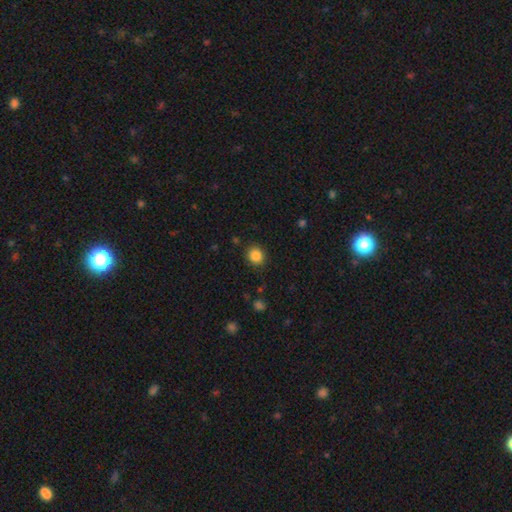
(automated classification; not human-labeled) The model was most divided on "how rounded": round: 86%, in between: 13%, cigar-shaped: 1%. More confident: merging — none (89%); smooth or featured — smooth (85%).